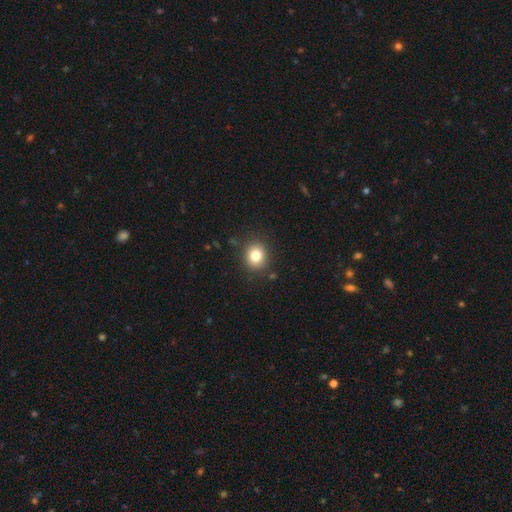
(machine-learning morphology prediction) Smooth or featured: smooth — 81% (star or artifact — 11%)
How rounded: round — 81% (in between — 18%)
Merging: none — 88% (minor disturbance — 8%)